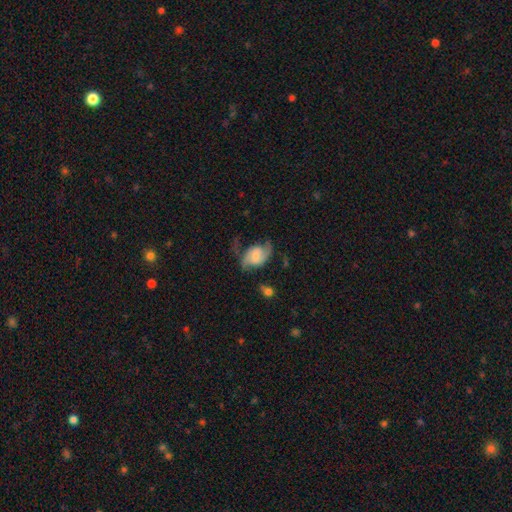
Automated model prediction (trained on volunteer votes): Smooth or featured?
  - featured or disk: 66% *
  - smooth: 27%
  - star or artifact: 8%
Edge-on disk?
  - no: 97% *
  - yes: 3%
Bar?
  - weak: 44% *
  - no: 40%
  - strong: 16%
Spiral arms?
  - yes: 90% *
  - no: 10%
Spiral winding?
  - loose: 42% * (tied)
  - medium: 42% * (tied)
  - tight: 17%
Spiral arm count?
  - 2: 83% *
  - can't tell: 7%
  - 1: 7%
  - 3: 2%
  - 4: 1%
  - more than 4: 1%
Bulge size?
  - small: 28% * (tied)
  - none: 28% * (tied)
  - moderate: 24%
  - large: 15%
  - dominant: 4%
Merging?
  - none: 48% *
  - minor disturbance: 25%
  - major disturbance: 23%
  - merger: 4%